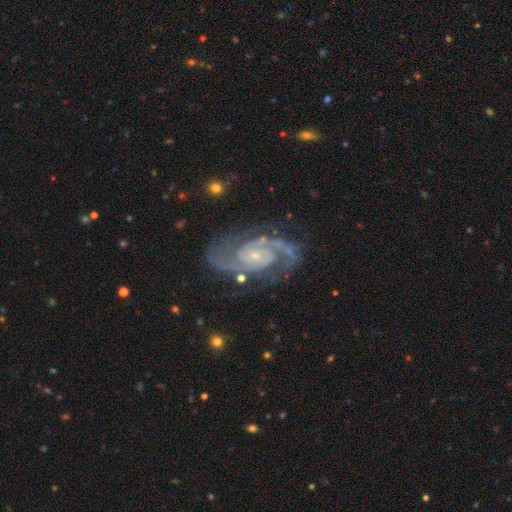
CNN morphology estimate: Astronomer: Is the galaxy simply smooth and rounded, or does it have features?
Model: featured or disk — 93%.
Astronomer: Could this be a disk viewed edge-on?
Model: no — 98%.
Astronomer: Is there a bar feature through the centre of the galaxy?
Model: no — 57%.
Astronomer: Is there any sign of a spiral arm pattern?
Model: yes — 99%.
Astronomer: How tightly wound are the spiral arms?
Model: medium — 53% (runner-up: tight, 37%).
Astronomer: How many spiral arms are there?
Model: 2 — 88%.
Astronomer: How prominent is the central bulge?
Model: small — 76%.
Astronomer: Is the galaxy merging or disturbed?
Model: none — 77%.